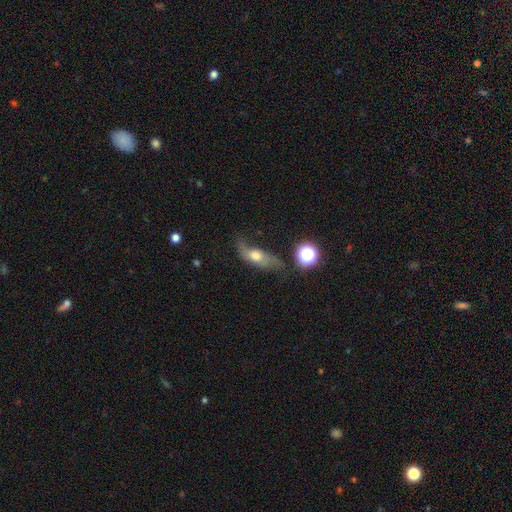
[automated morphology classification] This appears to be a featured or disk galaxy (48%). Merging: none (50%).